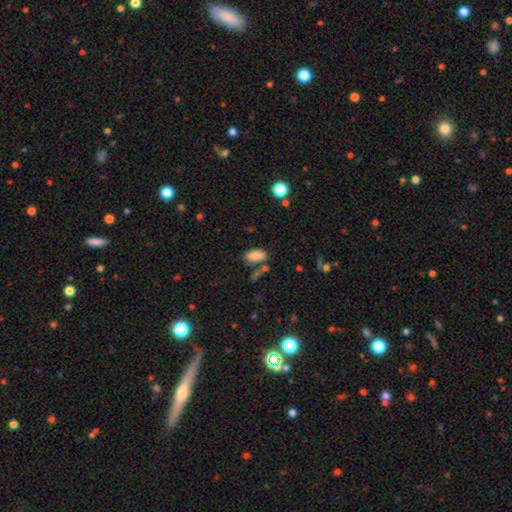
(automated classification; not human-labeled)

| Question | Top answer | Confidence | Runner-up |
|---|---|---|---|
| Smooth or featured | smooth | 85% | star or artifact (9%) |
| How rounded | in between | 93% | cigar-shaped (4%) |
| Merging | none | 68% | minor disturbance (16%) |